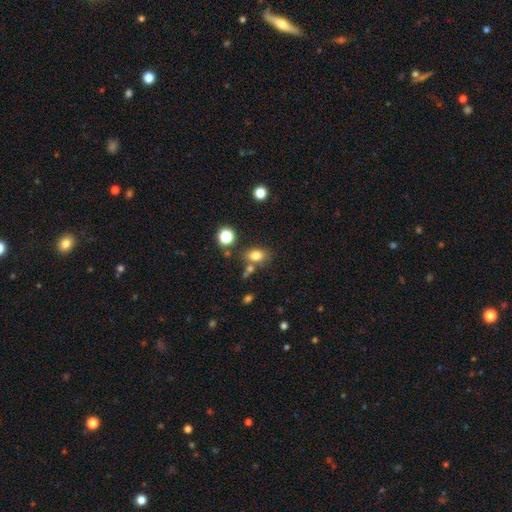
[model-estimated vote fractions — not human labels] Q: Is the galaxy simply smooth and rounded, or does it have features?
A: smooth — 78%.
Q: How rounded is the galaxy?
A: in between — 73%.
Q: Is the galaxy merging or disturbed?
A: none — 66%.